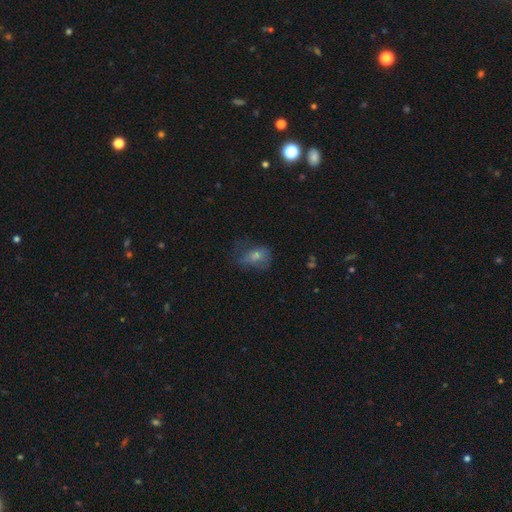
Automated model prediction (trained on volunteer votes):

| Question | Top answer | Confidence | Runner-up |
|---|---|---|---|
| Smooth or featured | smooth | 69% | featured or disk (19%) |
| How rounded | in between | 76% | round (22%) |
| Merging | none | 38% | major disturbance (31%) |